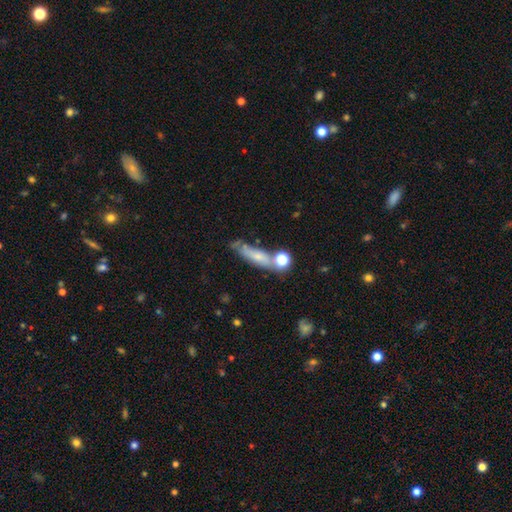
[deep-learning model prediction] A smooth galaxy with no disk features (55%) that is cigar-shaped (65%). Merging: none (52%).